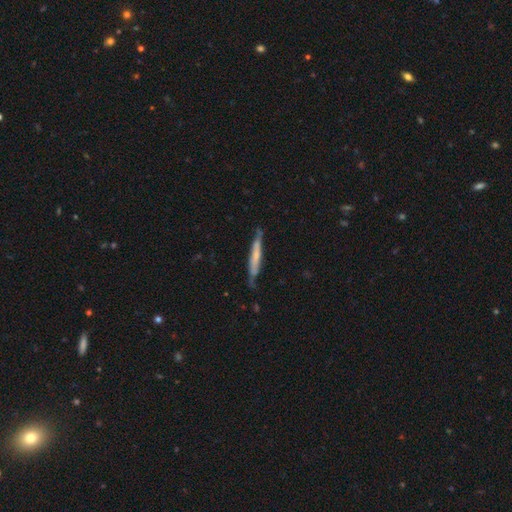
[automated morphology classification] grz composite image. It shows a featured or disk galaxy (50%) viewed edge-on (84%). Merging: none (68%).